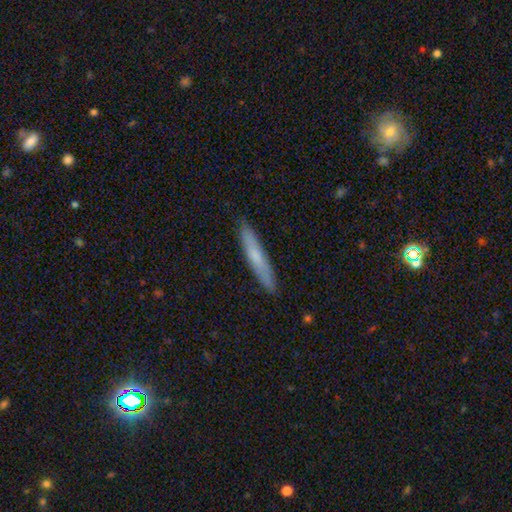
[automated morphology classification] Smooth or featured? smooth (66%)
How rounded? cigar-shaped (94%)
Merging? none (90%)